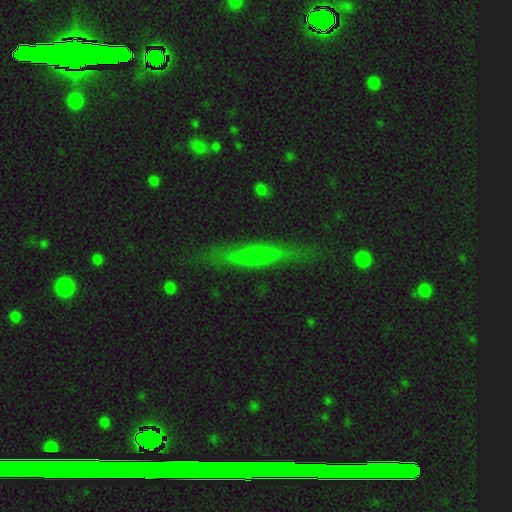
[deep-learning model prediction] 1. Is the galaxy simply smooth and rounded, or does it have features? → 50% featured or disk, 39% smooth, 11% star or artifact.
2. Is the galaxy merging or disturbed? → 85% none, 11% minor disturbance, 3% major disturbance, 2% merger.